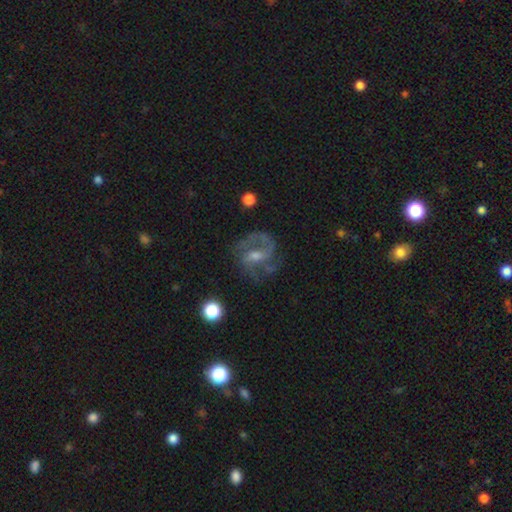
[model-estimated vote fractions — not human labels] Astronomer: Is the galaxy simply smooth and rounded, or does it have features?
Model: featured or disk — 83%.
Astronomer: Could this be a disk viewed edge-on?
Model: no — 98%.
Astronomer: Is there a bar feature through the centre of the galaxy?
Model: weak — 51% (runner-up: no, 30%).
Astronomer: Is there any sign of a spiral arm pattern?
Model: yes — 93%.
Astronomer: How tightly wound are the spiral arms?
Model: medium — 54%.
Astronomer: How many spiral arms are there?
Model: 2 — 56%.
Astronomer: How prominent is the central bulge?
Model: small — 46% (runner-up: moderate, 44%).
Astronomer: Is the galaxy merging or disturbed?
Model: none — 65%.